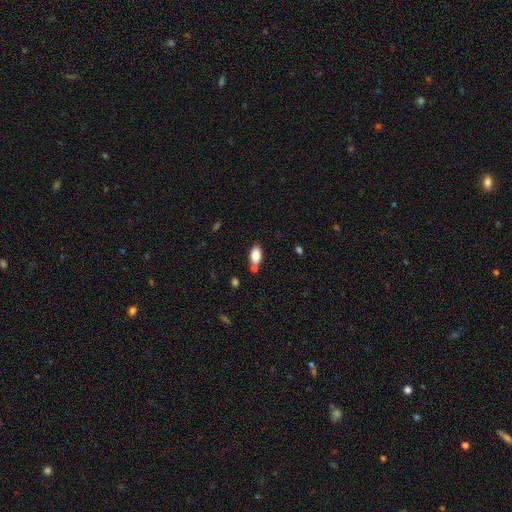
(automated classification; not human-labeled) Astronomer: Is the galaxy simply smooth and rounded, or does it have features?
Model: smooth — 83%.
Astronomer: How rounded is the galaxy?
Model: in between — 91%.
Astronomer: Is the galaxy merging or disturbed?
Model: none — 69%.